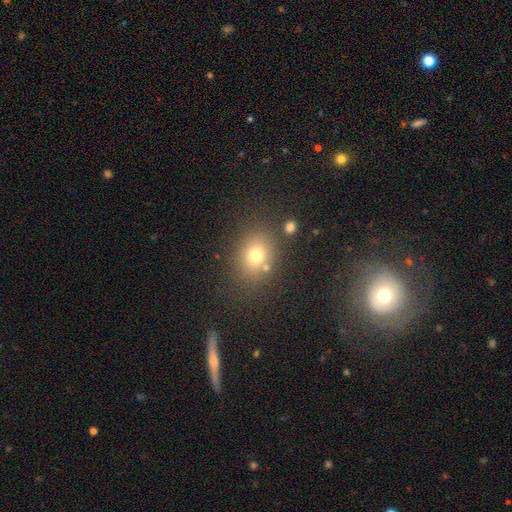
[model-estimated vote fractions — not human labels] A smooth galaxy with no disk features (74%) that is round (51%).

Vote fractions:
- Smooth or featured? smooth: 74% / star or artifact: 15% / featured or disk: 11%
- How rounded? round: 51% / in between: 48% / cigar-shaped: 1%
- Merging? none: 75% / minor disturbance: 12% / merger: 7% / major disturbance: 5%